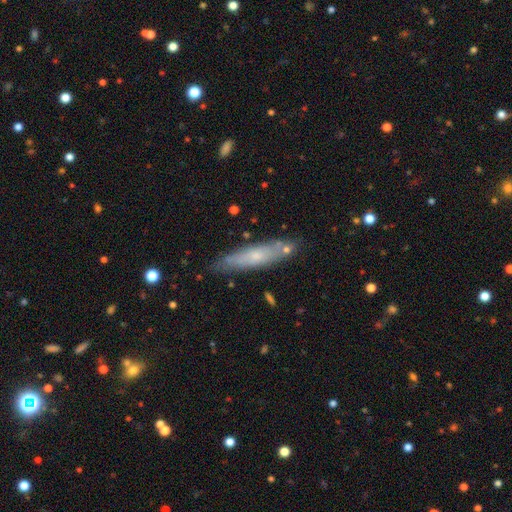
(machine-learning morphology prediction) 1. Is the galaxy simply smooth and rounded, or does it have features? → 52% smooth, 41% featured or disk, 7% star or artifact.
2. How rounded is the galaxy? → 80% cigar-shaped, 18% in between, 2% round.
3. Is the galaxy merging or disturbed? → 77% none, 15% minor disturbance, 5% merger, 3% major disturbance.